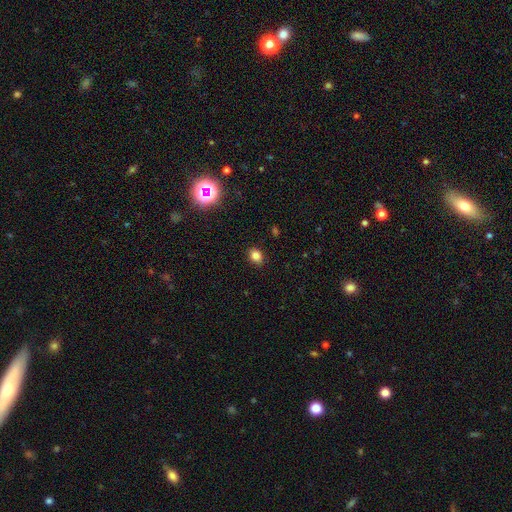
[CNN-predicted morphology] Smooth or featured: smooth — 81% (star or artifact — 13%)
How rounded: in between — 58% (round — 41%)
Merging: none — 88% (minor disturbance — 9%)